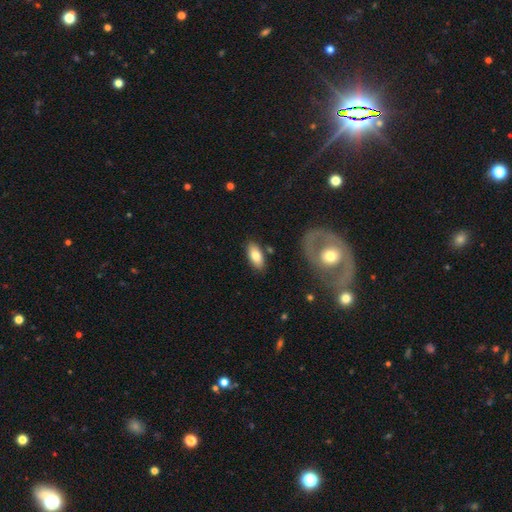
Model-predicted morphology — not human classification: A smooth galaxy with no disk features (78%) that is in between round and cigar-shaped (89%). Merging: none (82%).